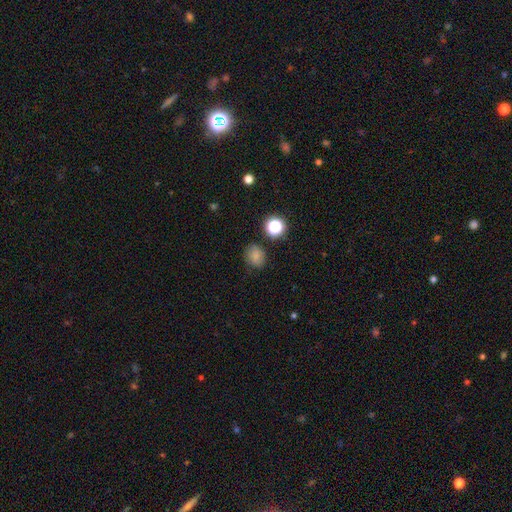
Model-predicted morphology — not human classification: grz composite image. It shows a smooth galaxy with no disk features (78%) that is round (67%). Merging: none (79%).